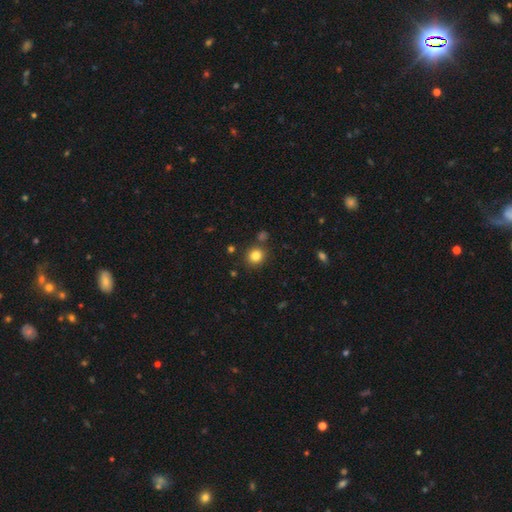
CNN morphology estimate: This appears to be a smooth galaxy with no disk features (82%) that is round (85%). Merging: none (83%).